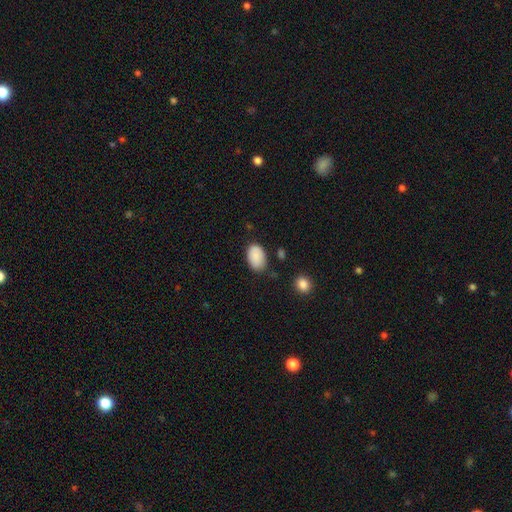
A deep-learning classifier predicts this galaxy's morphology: Smooth or featured?
  - smooth: 88% *
  - star or artifact: 7%
  - featured or disk: 5%
How rounded?
  - in between: 89% *
  - round: 10%
  - cigar-shaped: 1%
Merging?
  - none: 74% *
  - minor disturbance: 19%
  - major disturbance: 4%
  - merger: 3%